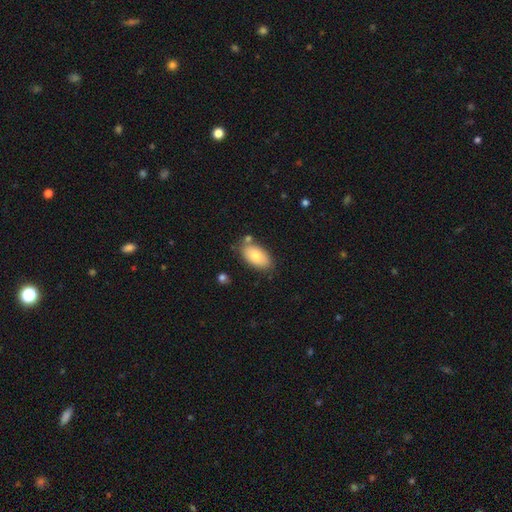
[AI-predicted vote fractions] smooth_or_featured: smooth (p=0.79) [alt: featured or disk p=0.14]
how_rounded: in between (p=0.94) [alt: round p=0.04]
merging: none (p=0.73) [alt: minor disturbance p=0.16]